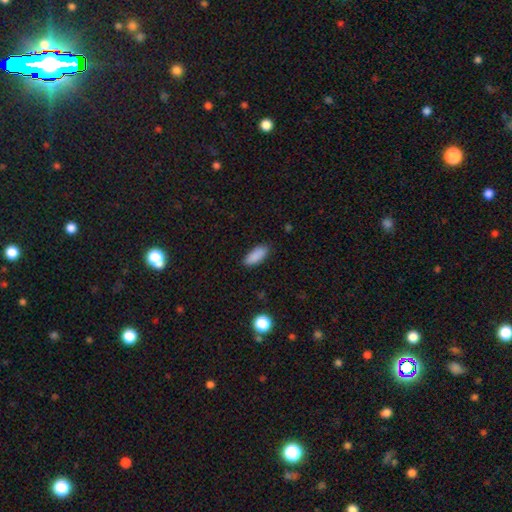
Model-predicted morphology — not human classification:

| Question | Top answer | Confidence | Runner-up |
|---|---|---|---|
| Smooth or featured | smooth | 89% | star or artifact (7%) |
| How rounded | in between | 78% | cigar-shaped (20%) |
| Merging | none | 86% | minor disturbance (11%) |